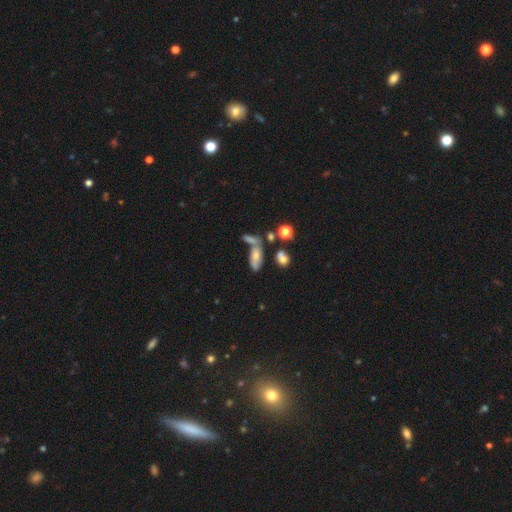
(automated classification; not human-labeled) Smooth or featured: smooth — 60% (featured or disk — 28%)
How rounded: in between — 79% (cigar-shaped — 15%)
Merging: none — 41% (merger — 32%)